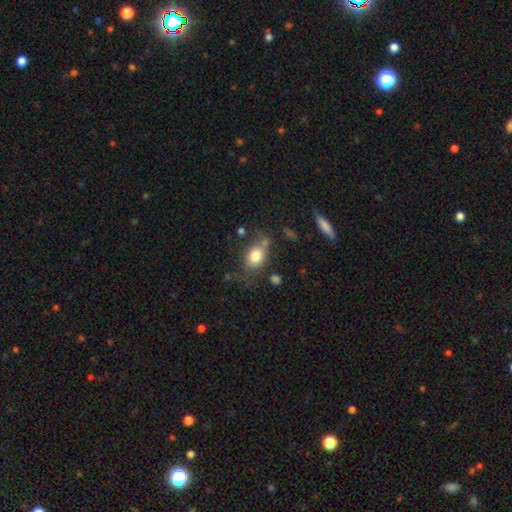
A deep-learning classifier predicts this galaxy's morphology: This appears to be a smooth galaxy with no disk features (79%) that is in between round and cigar-shaped (70%). Merging: none (56%).